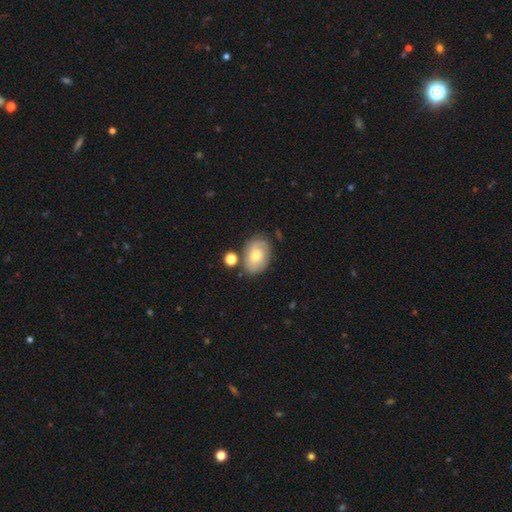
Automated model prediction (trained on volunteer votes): Smooth or featured: smooth — 50% (featured or disk — 41%)
How rounded: in between — 75% (round — 24%)
Merging: none — 67% (minor disturbance — 19%)